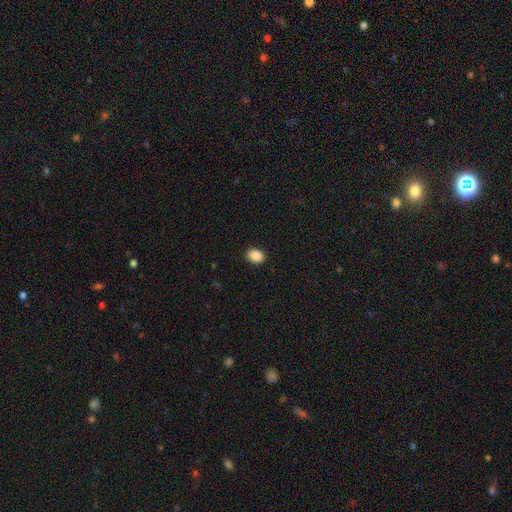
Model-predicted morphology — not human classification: This appears to be a smooth galaxy with no disk features (89%) that is in between round and cigar-shaped (64%). Merging: none (90%).